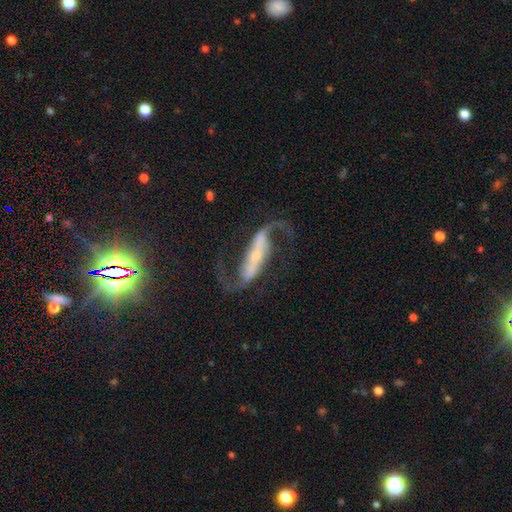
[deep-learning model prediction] The model was most divided on "spiral winding": loose: 62%, medium: 30%, tight: 8%. More confident: spiral arms — yes (96%); spiral arm count — 2 (93%); edge-on disk — no (91%); smooth or featured — featured or disk (89%); merging — none (73%); bulge size — small (67%); bar — strong (67%).